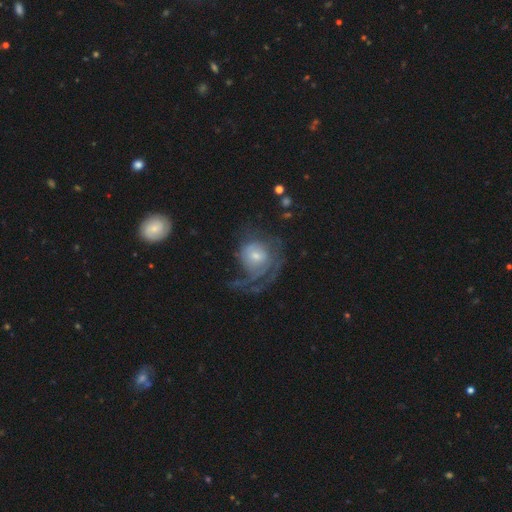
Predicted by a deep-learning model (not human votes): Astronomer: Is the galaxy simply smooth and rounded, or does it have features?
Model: featured or disk — 70%.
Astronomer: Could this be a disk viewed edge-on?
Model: no — 97%.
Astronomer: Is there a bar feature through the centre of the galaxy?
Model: no — 67%.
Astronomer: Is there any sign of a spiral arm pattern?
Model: yes — 84%.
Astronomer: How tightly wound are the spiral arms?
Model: medium — 35%, tied with tight at 35%.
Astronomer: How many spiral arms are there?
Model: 1 — 34% (runner-up: can't tell, 26%).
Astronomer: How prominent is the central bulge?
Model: small — 47% (runner-up: moderate, 42%).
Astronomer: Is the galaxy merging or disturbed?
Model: major disturbance — 42% (runner-up: none, 39%).